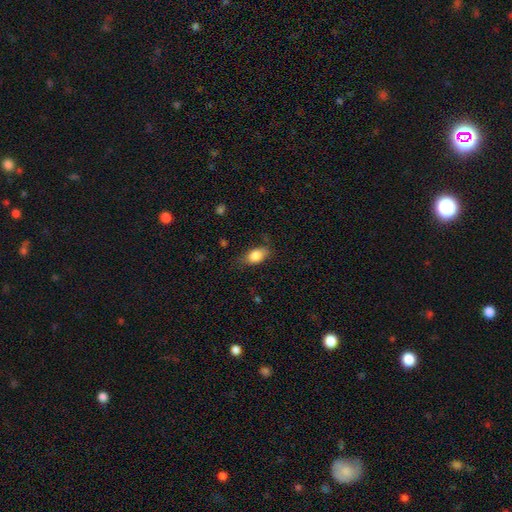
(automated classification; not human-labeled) A smooth galaxy with no disk features (83%) that is in between round and cigar-shaped (86%). Merging: none (70%).